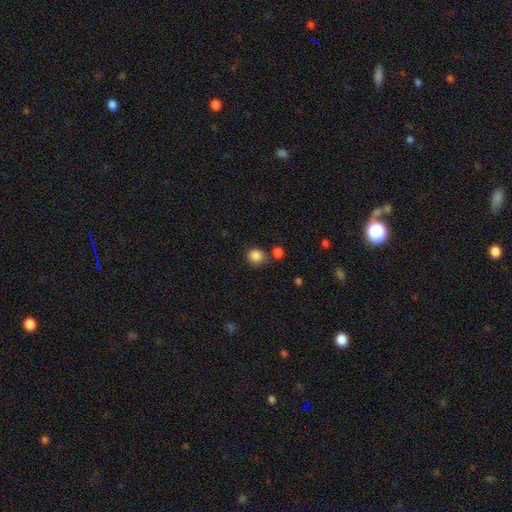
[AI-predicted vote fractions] Q: Smooth or featured?
A: smooth (86%); runner-up: star or artifact (10%)
Q: How rounded?
A: round (85%); runner-up: in between (14%)
Q: Merging?
A: none (70%); runner-up: minor disturbance (14%)